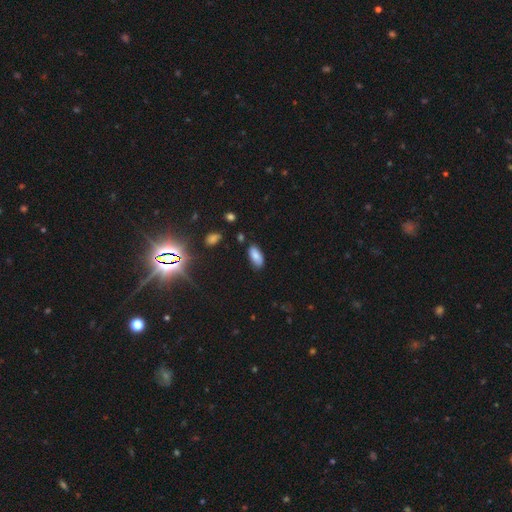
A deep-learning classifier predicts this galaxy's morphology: Smooth or featured: smooth — 81% (star or artifact — 10%)
How rounded: in between — 92% (cigar-shaped — 6%)
Merging: none — 78% (minor disturbance — 17%)